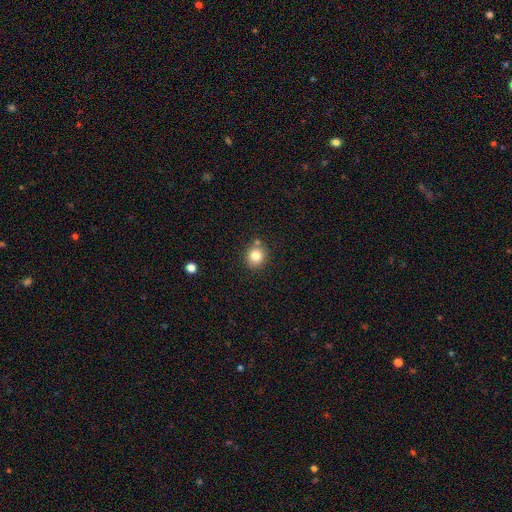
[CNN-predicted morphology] This is clearly a smooth galaxy (82%). How rounded: clearly round (83%). Merging: likely none (80%).